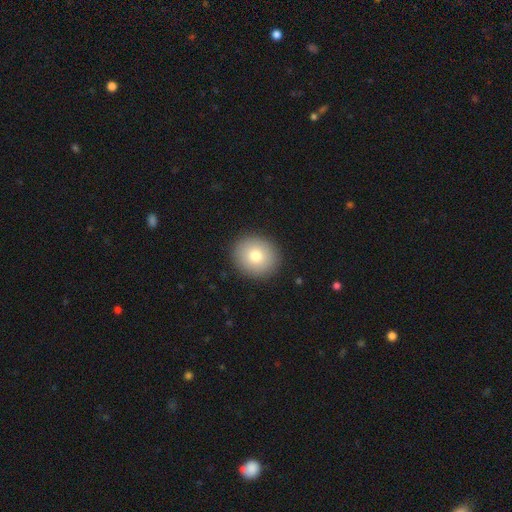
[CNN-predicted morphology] smooth_or_featured: smooth (p=0.79) [alt: featured or disk p=0.12]
how_rounded: round (p=0.83) [alt: in between p=0.16]
merging: none (p=0.91) [alt: minor disturbance p=0.06]